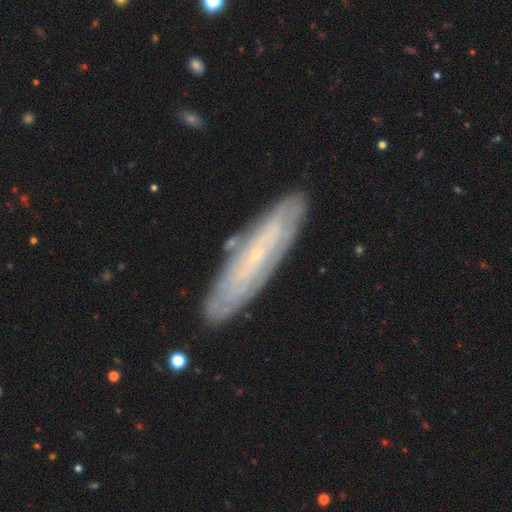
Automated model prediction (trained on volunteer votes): featured or disk 67%, smooth 25%, star or artifact 8%. Down the decision tree: edge-on disk — no (62%); merging — none (86%).